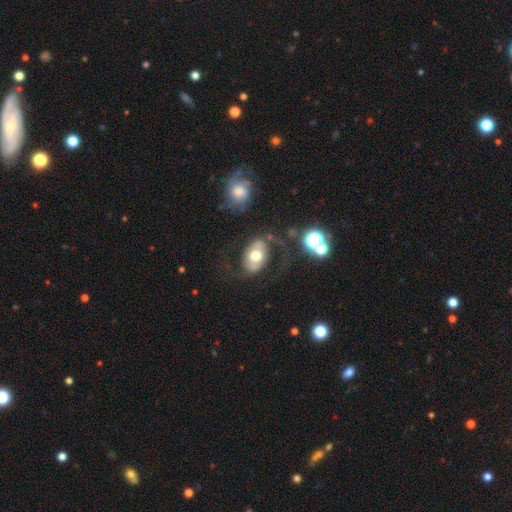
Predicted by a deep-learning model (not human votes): This appears to be a featured or disk galaxy (49%). Merging: none (60%).